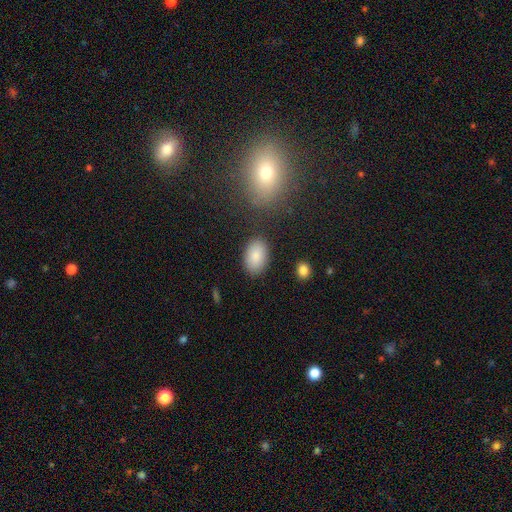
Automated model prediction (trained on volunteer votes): Smooth or featured? Predicted: smooth (p=0.87). How rounded? Predicted: in between (p=0.90). Merging? Predicted: none (p=0.85).